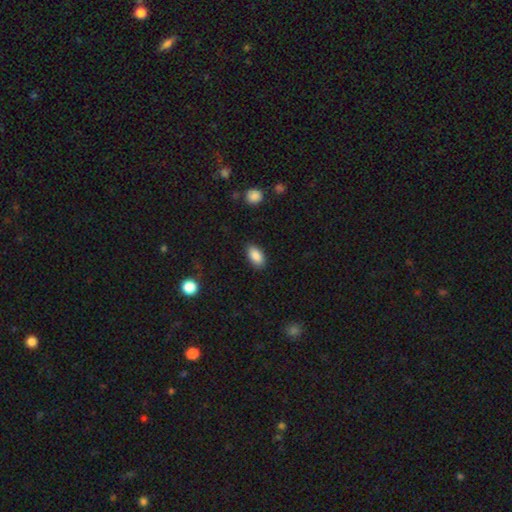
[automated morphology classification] This is clearly a smooth galaxy (88%). How rounded: clearly in between (92%). Merging: clearly none (86%).